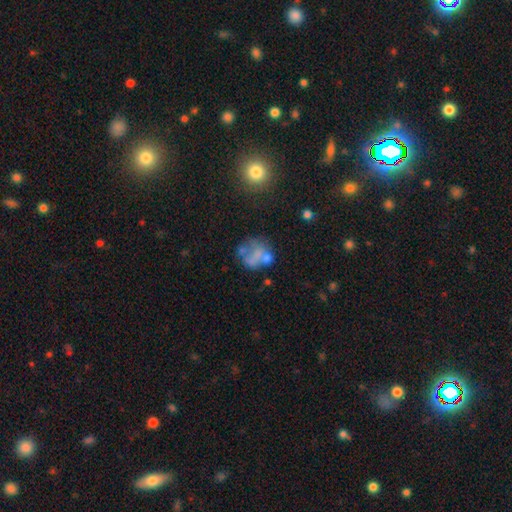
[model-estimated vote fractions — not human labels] Smooth or featured: smooth — 48% (featured or disk — 38%)
Merging: none — 40% (major disturbance — 21%)